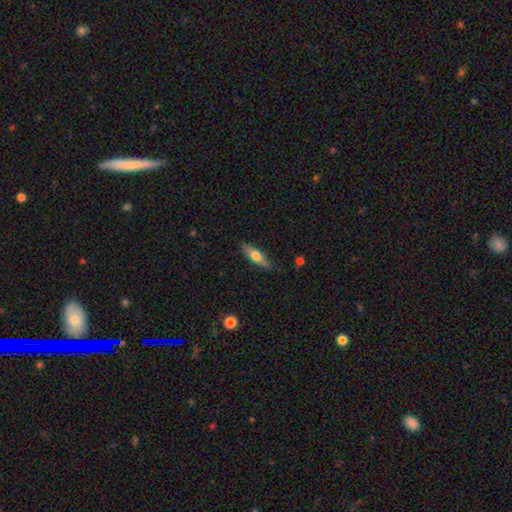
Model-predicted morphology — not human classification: This is possibly a smooth galaxy (50%). Merging: clearly none (83%).